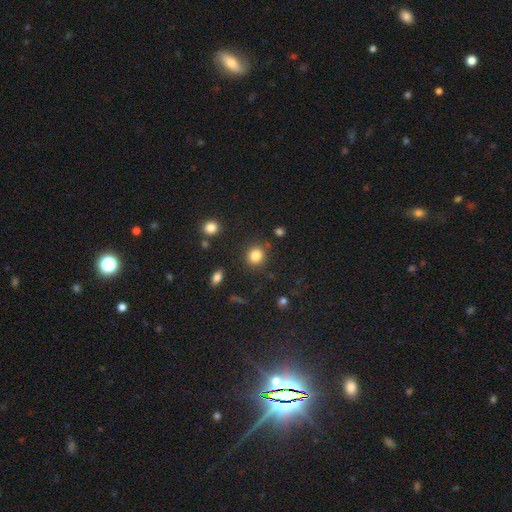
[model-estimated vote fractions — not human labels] Morphology: type=smooth (83%); roundness=round (81%); merging=none (84%).